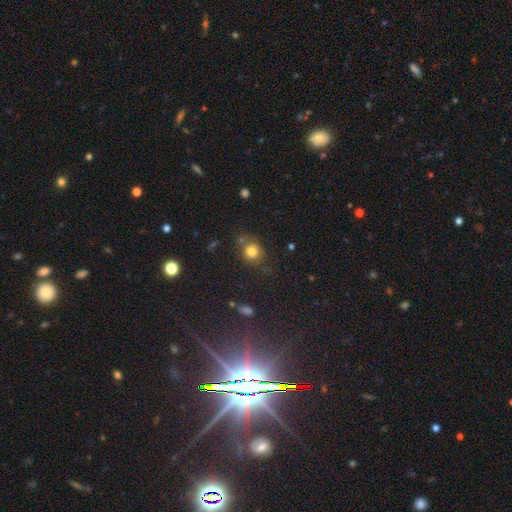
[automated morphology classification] A smooth galaxy with no disk features (65%) that is round (86%). Merging: none (78%).